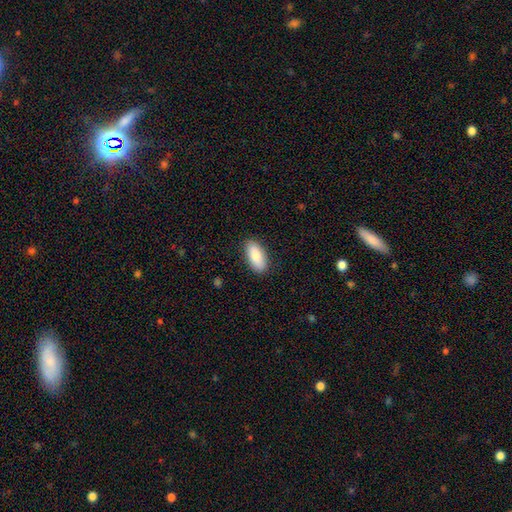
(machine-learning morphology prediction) Smooth or featured? smooth (81%)
How rounded? in between (89%)
Merging? none (87%)